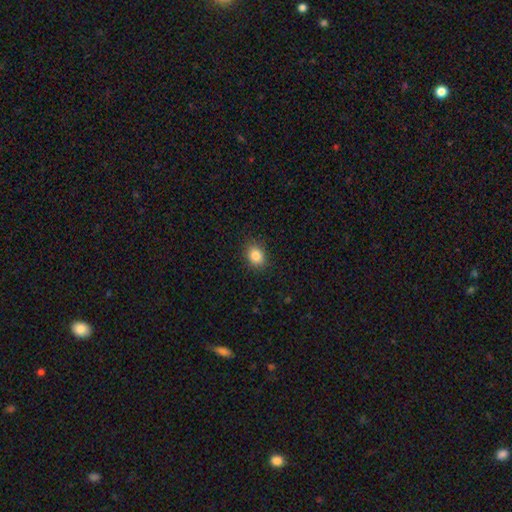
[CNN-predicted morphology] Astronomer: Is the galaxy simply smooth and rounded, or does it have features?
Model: smooth — 85%.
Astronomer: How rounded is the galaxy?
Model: in between — 64%.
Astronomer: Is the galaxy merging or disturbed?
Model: none — 88%.